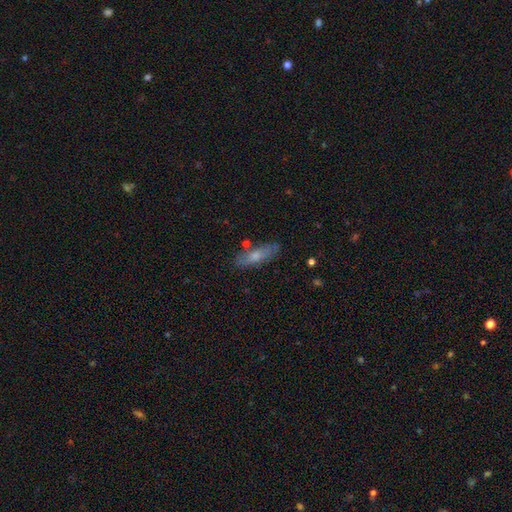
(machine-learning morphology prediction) Overall: smooth (63%; featured or disk 30%). How rounded: cigar-shaped (53%; in between 45%). Merging: none (77%).